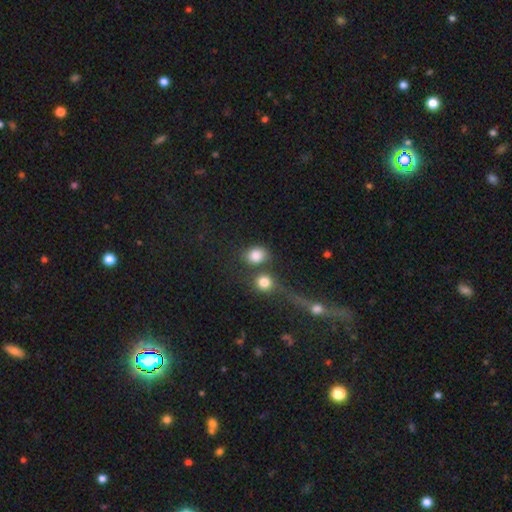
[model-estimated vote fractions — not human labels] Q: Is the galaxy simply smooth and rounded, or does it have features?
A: smooth — 83%.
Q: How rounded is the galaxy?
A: round — 57%.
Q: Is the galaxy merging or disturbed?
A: none — 52%.